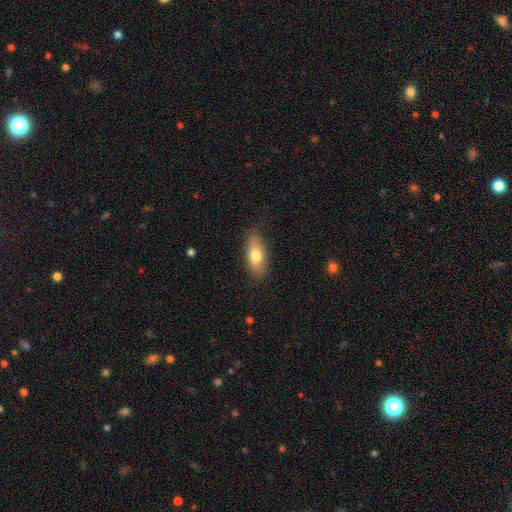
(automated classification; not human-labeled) Morphology: type=smooth (76%); roundness=in between (77%); merging=none (78%).